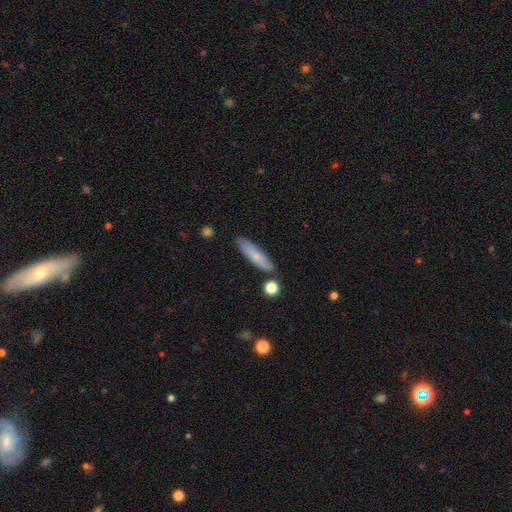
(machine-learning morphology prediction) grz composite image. It shows a smooth galaxy with no disk features (71%) that is cigar-shaped (71%). Merging: none (81%).